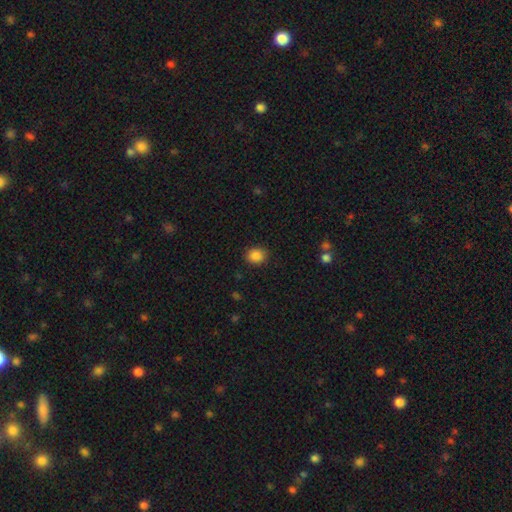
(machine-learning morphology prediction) smooth 87%, star or artifact 10%, featured or disk 3%. Down the decision tree: how rounded — round (66%); merging — none (87%).